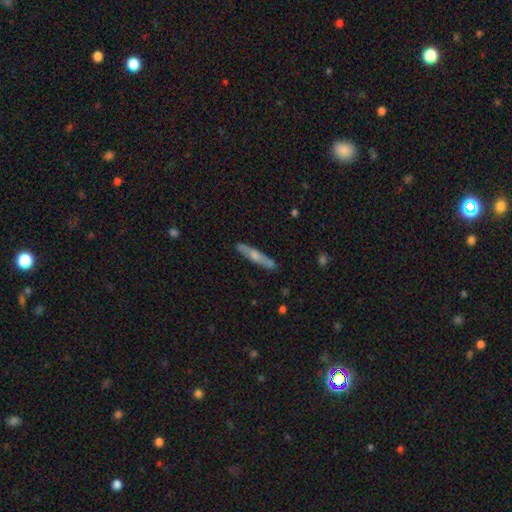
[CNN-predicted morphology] Smooth or featured? Predicted: smooth (p=0.47, tied with featured or disk). Merging? Predicted: none (p=0.83).